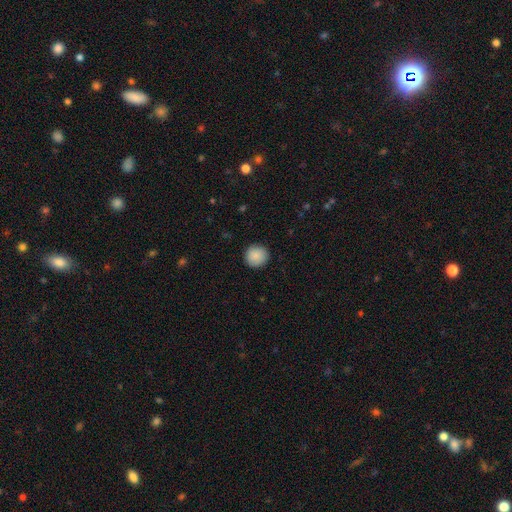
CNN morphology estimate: This appears to be a smooth galaxy with no disk features (89%) that is round (93%). Merging: none (91%).